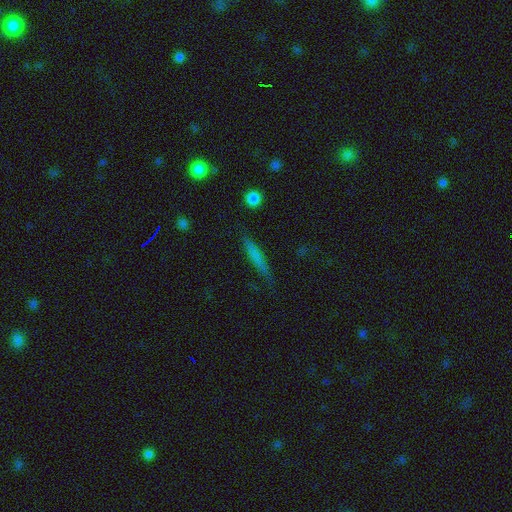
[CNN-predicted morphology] type=smooth (65%); roundness=cigar-shaped (91%); merging=none (78%).